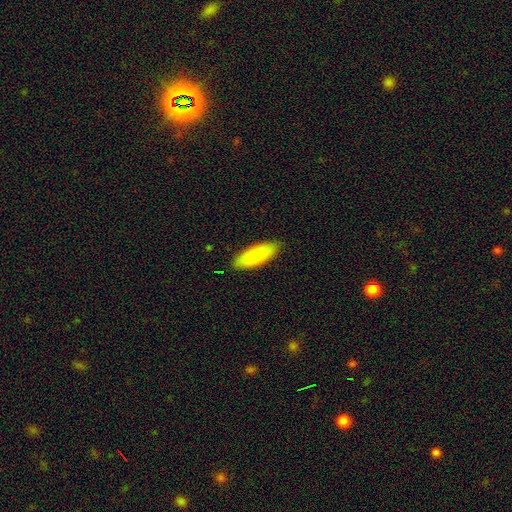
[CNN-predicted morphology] smooth 87%, featured or disk 8%, star or artifact 5%. Down the decision tree: how rounded — in between (66%); merging — none (88%).